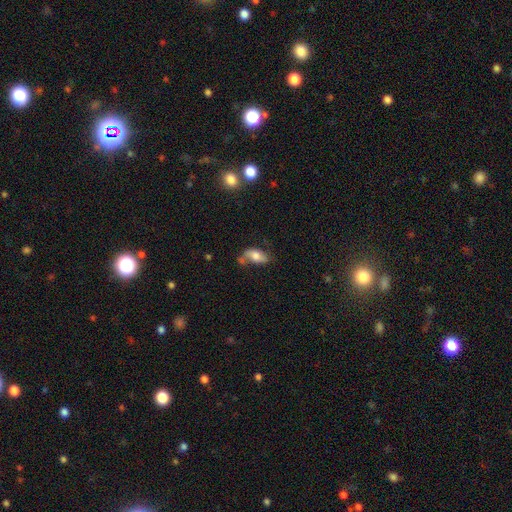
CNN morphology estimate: Smooth or featured: smooth — 62% (featured or disk — 29%)
How rounded: in between — 89% (cigar-shaped — 6%)
Merging: none — 40% (minor disturbance — 27%)